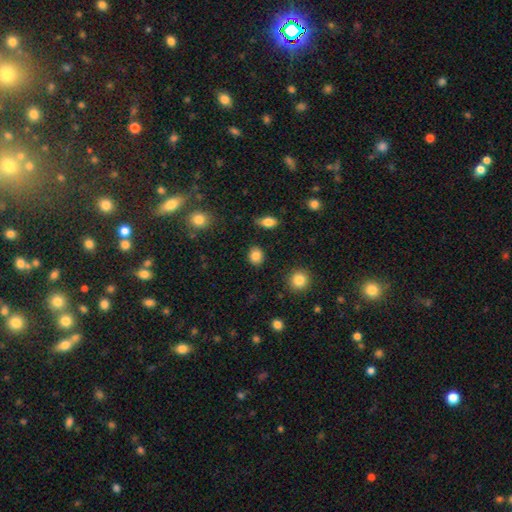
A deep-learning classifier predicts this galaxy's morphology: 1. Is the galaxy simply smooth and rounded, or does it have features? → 85% smooth, 9% star or artifact, 6% featured or disk.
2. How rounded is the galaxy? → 65% round, 34% in between, 1% cigar-shaped.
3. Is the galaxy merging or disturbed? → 88% none, 8% minor disturbance, 2% major disturbance, 2% merger.